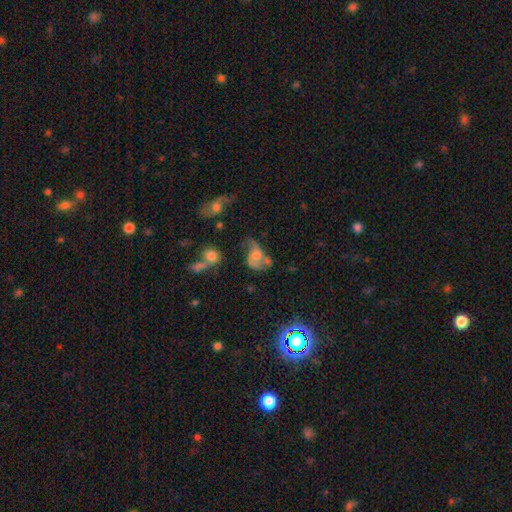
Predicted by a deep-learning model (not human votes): Overall: featured or disk (54%; smooth 34%). Edge-on disk: no (96%). Bar: no (72%). Spiral arms: yes (70%). Bulge size: moderate (43%; small 20%). Merging: none (29%; major disturbance 27%).